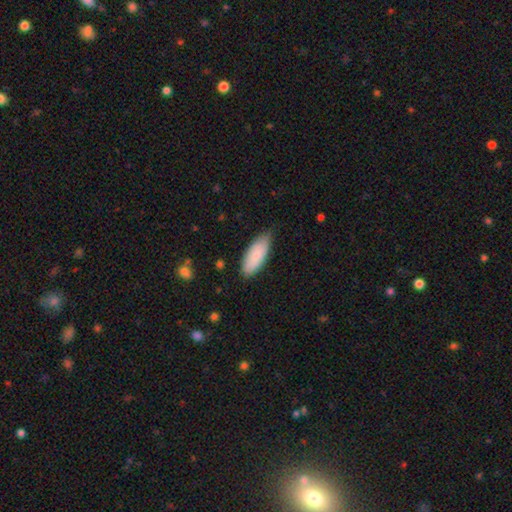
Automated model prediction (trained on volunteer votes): Smooth or featured? Predicted: smooth (p=0.81). How rounded? Predicted: in between (p=0.81). Merging? Predicted: none (p=0.72).